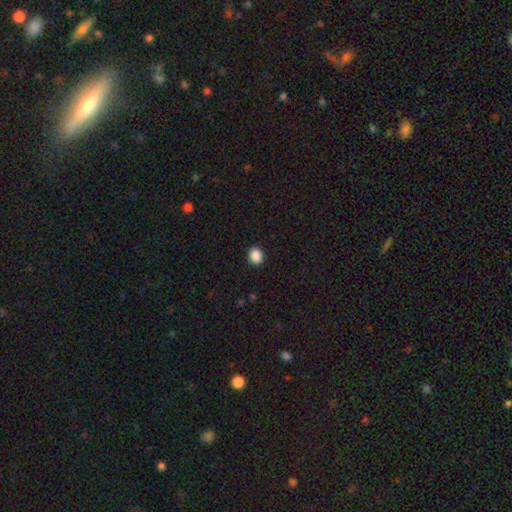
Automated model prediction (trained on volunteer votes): This appears to be a smooth galaxy with no disk features (89%) that is round (51%). Merging: none (91%).